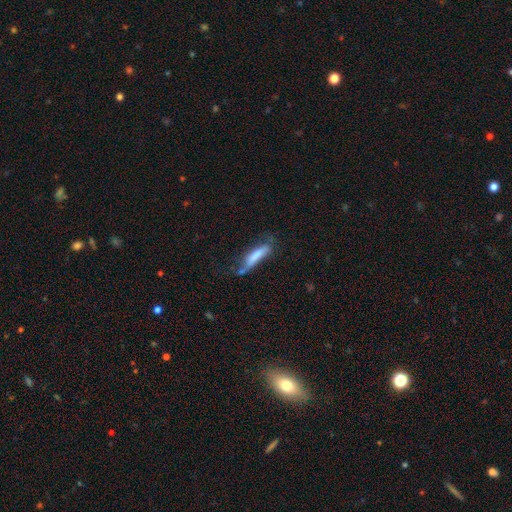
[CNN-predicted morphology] A smooth galaxy with no disk features (70%) that is cigar-shaped (77%). Merging: none (37%).